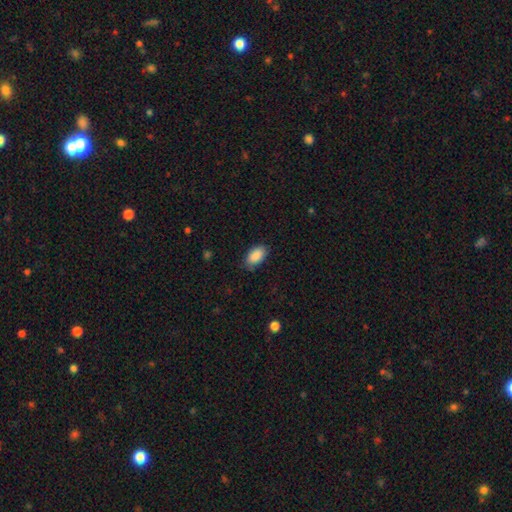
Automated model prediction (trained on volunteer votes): A smooth galaxy with no disk features (89%) that is in between round and cigar-shaped (94%). Merging: none (80%).